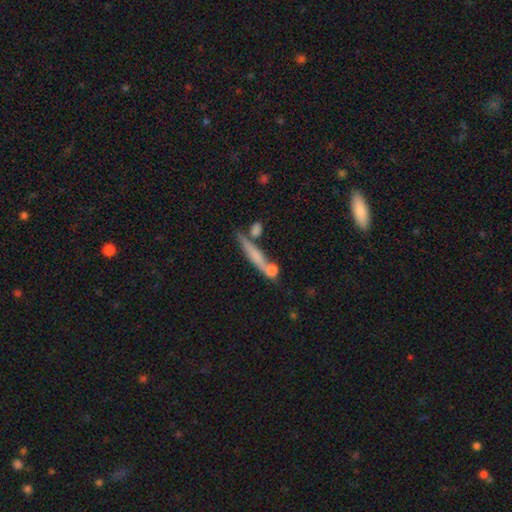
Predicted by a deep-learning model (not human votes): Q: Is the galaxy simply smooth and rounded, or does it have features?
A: smooth — 52%.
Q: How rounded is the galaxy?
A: cigar-shaped — 87%.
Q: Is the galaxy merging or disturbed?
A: none — 61%.